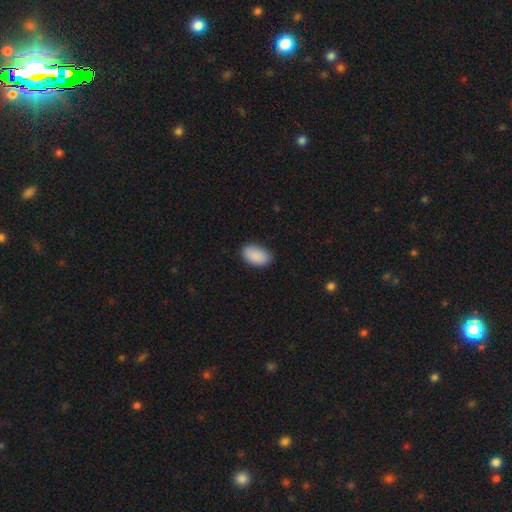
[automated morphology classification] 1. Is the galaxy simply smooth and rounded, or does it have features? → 90% smooth, 7% star or artifact, 3% featured or disk.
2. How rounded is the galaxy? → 93% in between, 5% round, 1% cigar-shaped.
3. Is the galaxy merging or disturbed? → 80% none, 16% minor disturbance, 3% major disturbance, 1% merger.